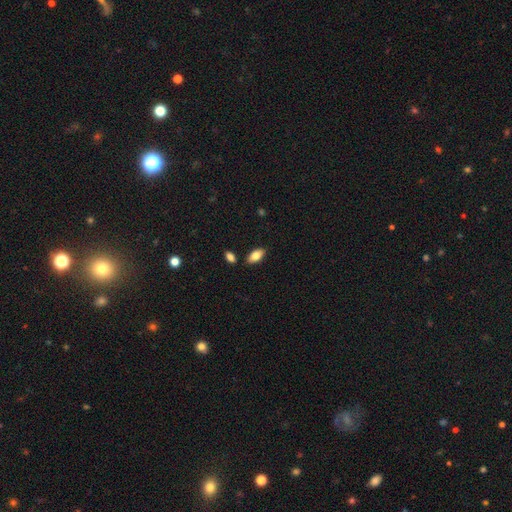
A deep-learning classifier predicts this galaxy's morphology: A smooth galaxy with no disk features (79%) that is in between round and cigar-shaped (90%).

Vote fractions:
- Smooth or featured? smooth: 79% / featured or disk: 14% / star or artifact: 7%
- How rounded? in between: 90% / cigar-shaped: 7% / round: 3%
- Merging? none: 84% / minor disturbance: 10% / merger: 4% / major disturbance: 2%